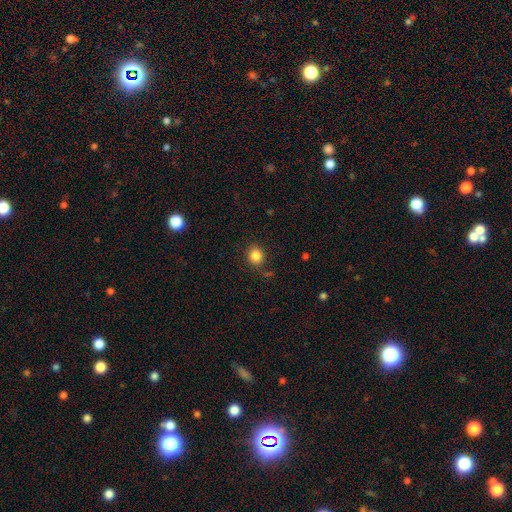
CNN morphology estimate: Smooth or featured?
  - smooth: 85% *
  - star or artifact: 11%
  - featured or disk: 5%
How rounded?
  - round: 78% *
  - in between: 21%
  - cigar-shaped: 1%
Merging?
  - none: 83% *
  - minor disturbance: 11%
  - major disturbance: 4%
  - merger: 2%